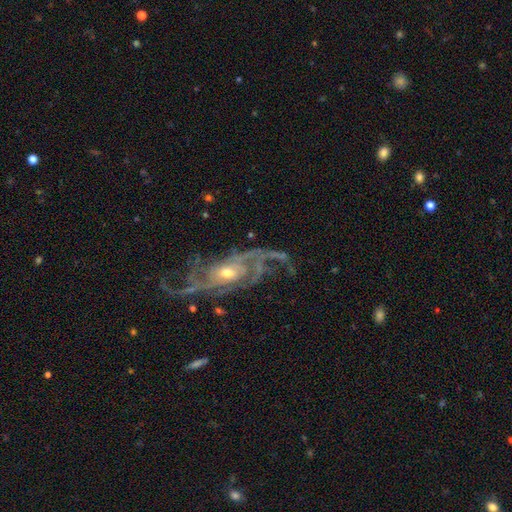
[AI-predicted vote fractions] This appears to be a featured or disk galaxy (89%) with no bar (60%), 3 (25%) medium (45%) spiral arms (98%) and a moderate central bulge (51%). Merging: none (72%).